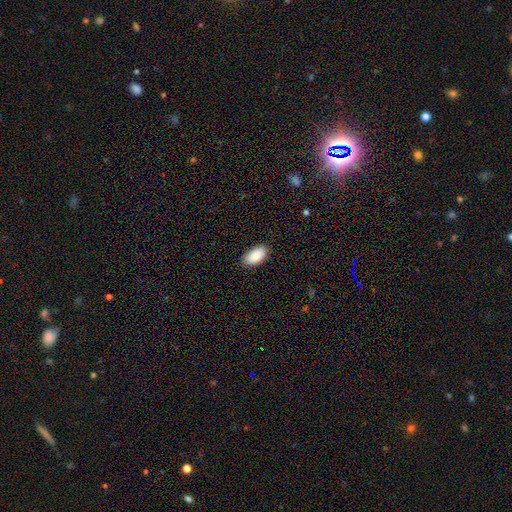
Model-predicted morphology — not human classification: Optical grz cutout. It shows a smooth galaxy with no disk features (89%) that is in between round and cigar-shaped (96%). Merging: none (88%).